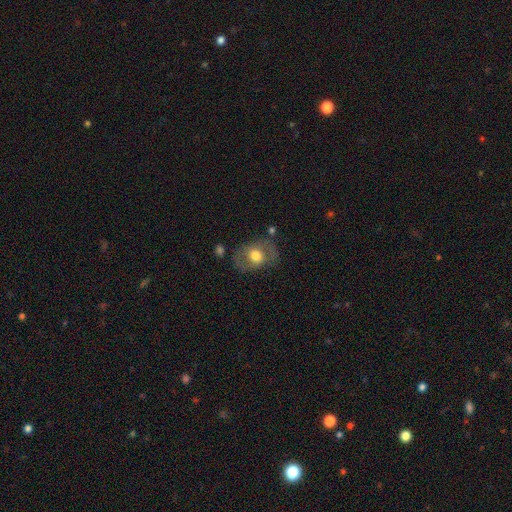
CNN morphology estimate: A smooth galaxy with no disk features (51%) that is in between round and cigar-shaped (64%). Merging: none (72%).